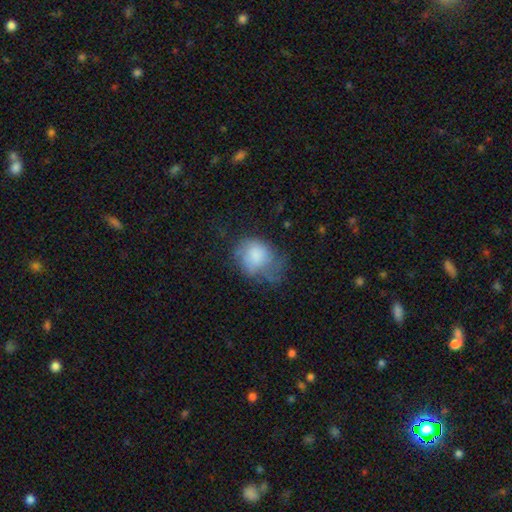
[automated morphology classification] Smooth or featured: smooth — 64% (featured or disk — 27%)
How rounded: round — 54% (in between — 45%)
Merging: major disturbance — 37% (minor disturbance — 31%)